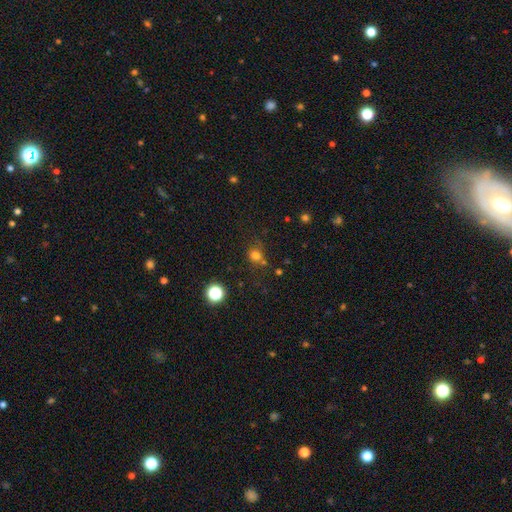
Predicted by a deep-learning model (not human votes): Q: Smooth or featured?
A: smooth (73%); runner-up: star or artifact (20%)
Q: How rounded?
A: round (82%); runner-up: in between (17%)
Q: Merging?
A: none (64%); runner-up: minor disturbance (15%)